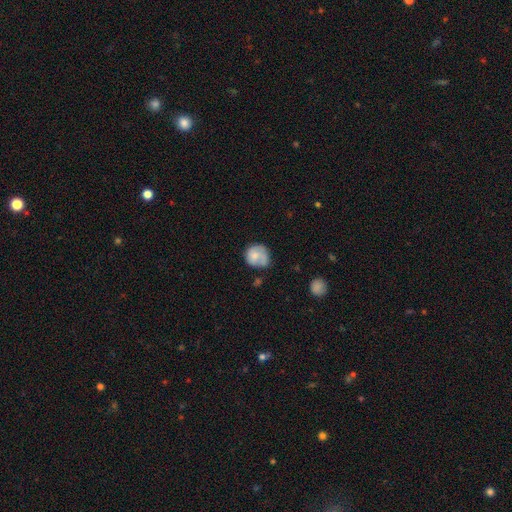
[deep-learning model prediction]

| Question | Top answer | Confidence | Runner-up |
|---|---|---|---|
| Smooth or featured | smooth | 66% | featured or disk (27%) |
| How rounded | round | 78% | in between (21%) |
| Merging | none | 49% | minor disturbance (33%) |